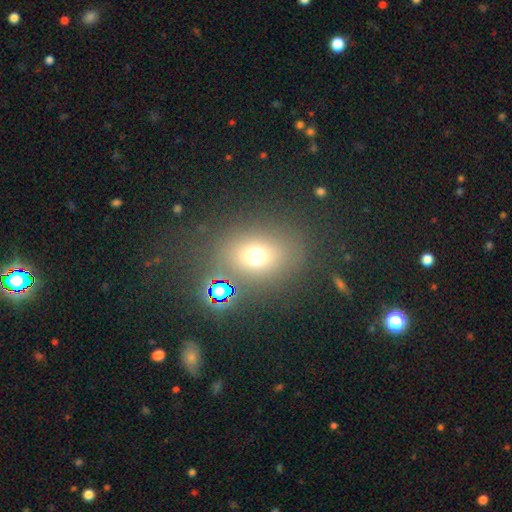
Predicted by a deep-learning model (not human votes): Smooth or featured: smooth — 68% (star or artifact — 21%)
How rounded: round — 52% (in between — 46%)
Merging: none — 74% (minor disturbance — 11%)